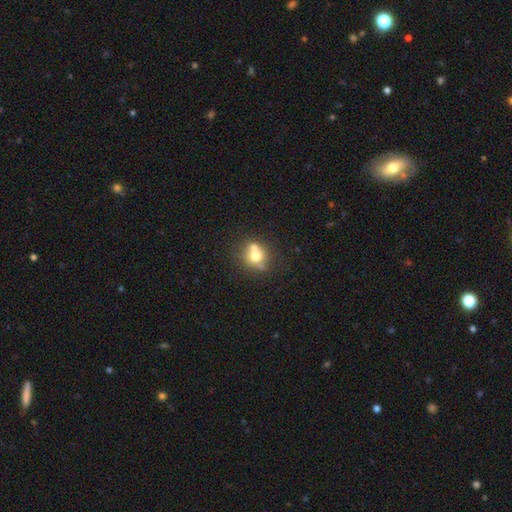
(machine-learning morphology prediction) A smooth galaxy with no disk features (66%) that is round (81%).

Vote fractions:
- Smooth or featured? smooth: 66% / featured or disk: 22% / star or artifact: 12%
- How rounded? round: 81% / in between: 18% / cigar-shaped: 1%
- Merging? none: 48% / merger: 38% / minor disturbance: 10% / major disturbance: 4%